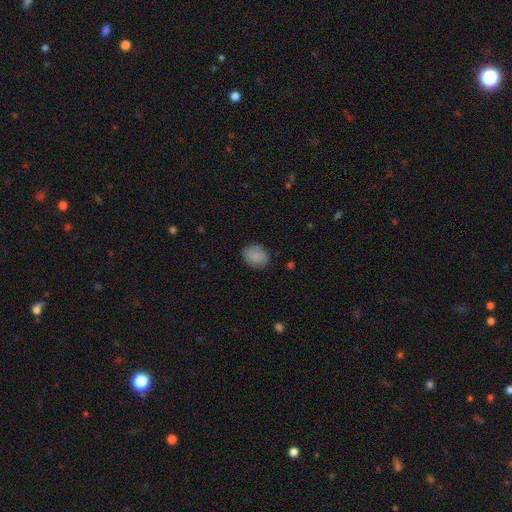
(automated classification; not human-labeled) This is clearly a smooth galaxy (85%). How rounded: possibly in between (52%). Merging: clearly none (81%).